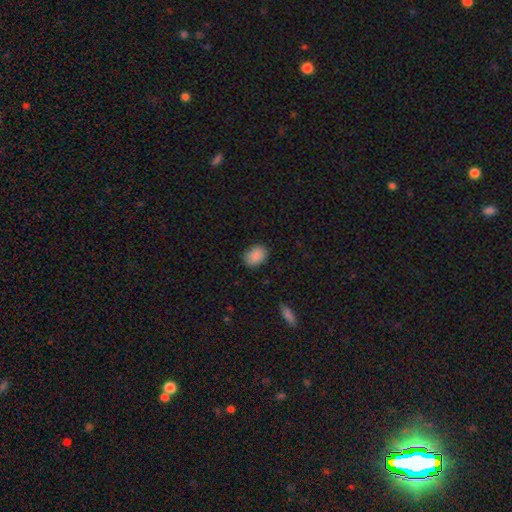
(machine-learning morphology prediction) Smooth or featured: smooth — 89% (star or artifact — 8%)
How rounded: in between — 71% (round — 28%)
Merging: none — 86% (minor disturbance — 10%)